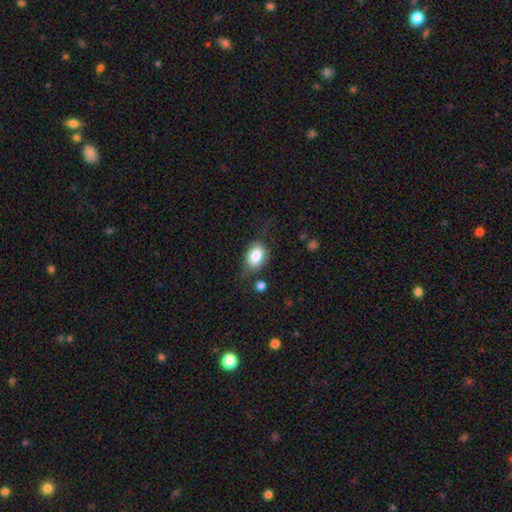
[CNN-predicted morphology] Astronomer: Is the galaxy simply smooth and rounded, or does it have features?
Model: smooth — 80%.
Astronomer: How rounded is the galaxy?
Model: in between — 77%.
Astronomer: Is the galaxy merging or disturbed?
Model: none — 58%.